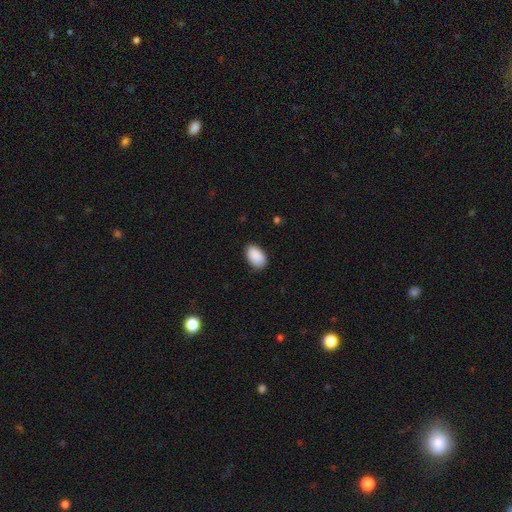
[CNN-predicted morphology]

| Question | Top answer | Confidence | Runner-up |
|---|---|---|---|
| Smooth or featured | smooth | 90% | star or artifact (7%) |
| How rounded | in between | 92% | round (7%) |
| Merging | none | 83% | minor disturbance (14%) |